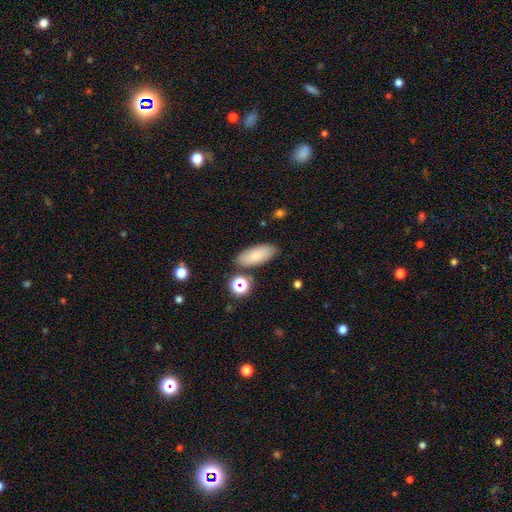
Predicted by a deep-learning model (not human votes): The model was most divided on "how rounded": in between: 83%, cigar-shaped: 14%, round: 3%. More confident: merging — none (81%); smooth or featured — smooth (81%).